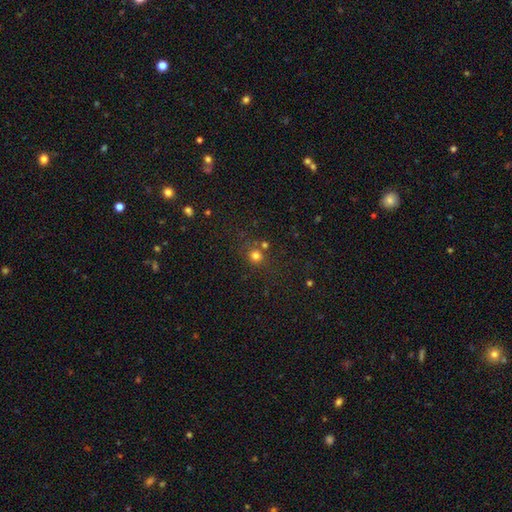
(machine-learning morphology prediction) Smooth or featured? smooth (74%)
How rounded? round (85%)
Merging? none (70%)